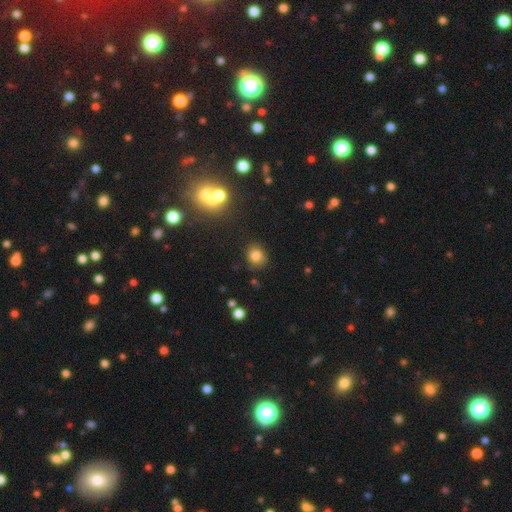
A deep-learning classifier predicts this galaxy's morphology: A smooth galaxy with no disk features (80%) that is round (72%).

Vote fractions:
- Smooth or featured? smooth: 80% / star or artifact: 13% / featured or disk: 7%
- How rounded? round: 72% / in between: 27% / cigar-shaped: 1%
- Merging? none: 81% / minor disturbance: 13% / major disturbance: 3% / merger: 3%